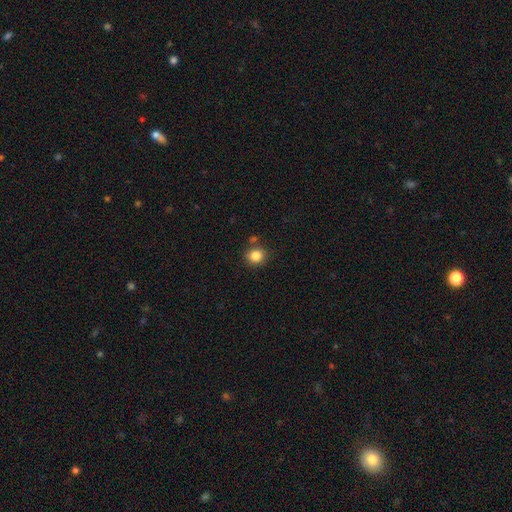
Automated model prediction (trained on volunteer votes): Smooth or featured?
  - smooth: 84% *
  - star or artifact: 11%
  - featured or disk: 5%
How rounded?
  - round: 81% *
  - in between: 18%
  - cigar-shaped: 1%
Merging?
  - none: 79% *
  - minor disturbance: 10%
  - merger: 8%
  - major disturbance: 3%